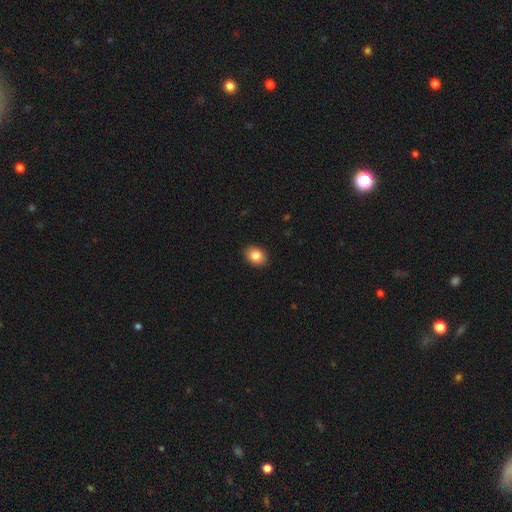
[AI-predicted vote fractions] Smooth or featured?
  - smooth: 85% *
  - star or artifact: 8%
  - featured or disk: 6%
How rounded?
  - in between: 71% *
  - round: 28%
  - cigar-shaped: 1%
Merging?
  - none: 90% *
  - minor disturbance: 7%
  - major disturbance: 2%
  - merger: 1%